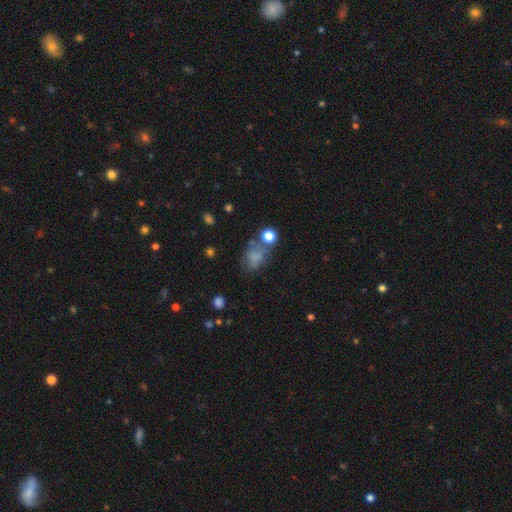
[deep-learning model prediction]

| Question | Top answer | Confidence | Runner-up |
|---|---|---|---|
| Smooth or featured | smooth | 66% | featured or disk (18%) |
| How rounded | in between | 69% | round (29%) |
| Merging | none | 40% | minor disturbance (24%) |